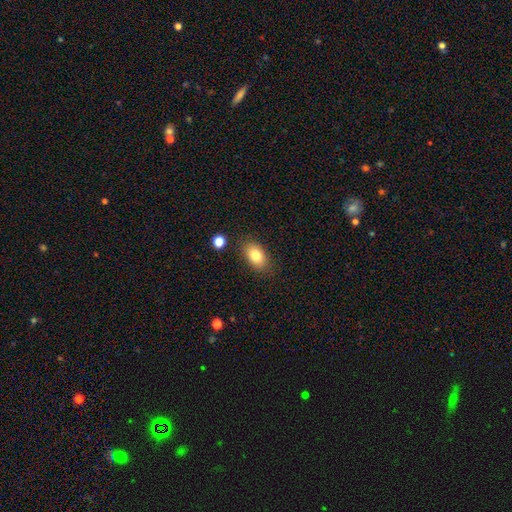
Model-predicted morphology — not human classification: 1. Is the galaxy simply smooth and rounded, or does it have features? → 81% smooth, 10% featured or disk, 9% star or artifact.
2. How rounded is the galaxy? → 87% in between, 11% round, 2% cigar-shaped.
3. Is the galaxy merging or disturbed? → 83% none, 12% minor disturbance, 3% major disturbance, 2% merger.